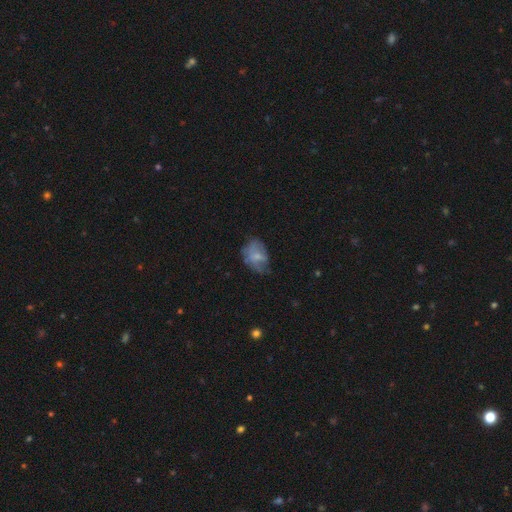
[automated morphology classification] Smooth or featured: smooth — 56% (featured or disk — 35%)
How rounded: in between — 80% (round — 18%)
Merging: none — 43% (minor disturbance — 33%)